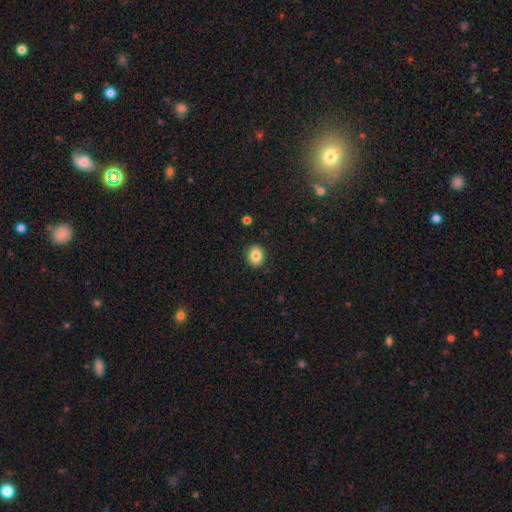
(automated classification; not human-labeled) A smooth galaxy with no disk features (84%) that is round (72%). Merging: none (91%).